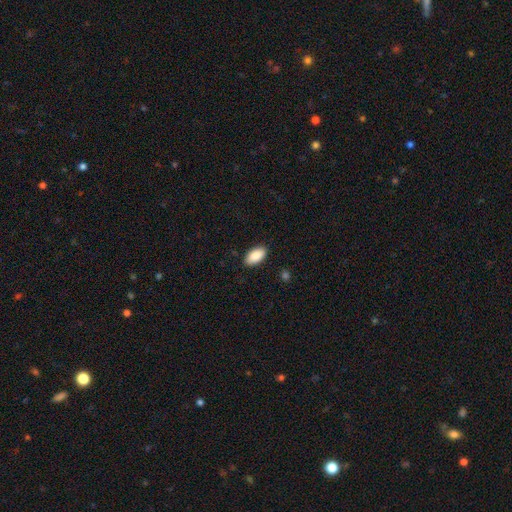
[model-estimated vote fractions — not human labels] smooth-or-featured: smooth: 88% | star or artifact: 6% | featured or disk: 5%
  how-rounded: in between: 94% | cigar-shaped: 3% | round: 2%
  merging: none: 89% | minor disturbance: 8% | major disturbance: 2% | merger: 1%